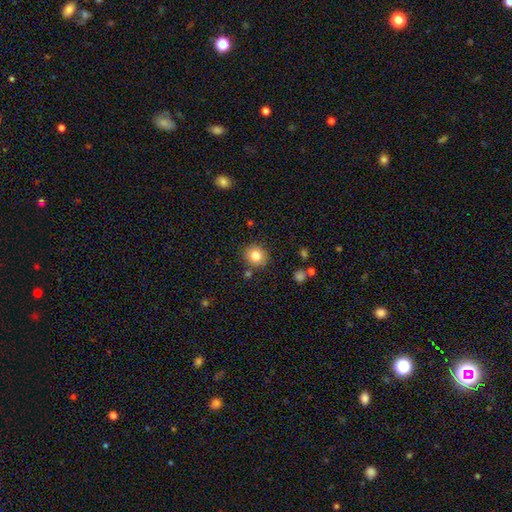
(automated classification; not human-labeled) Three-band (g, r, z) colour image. It shows a smooth galaxy with no disk features (82%) that is round (82%). Merging: none (84%).